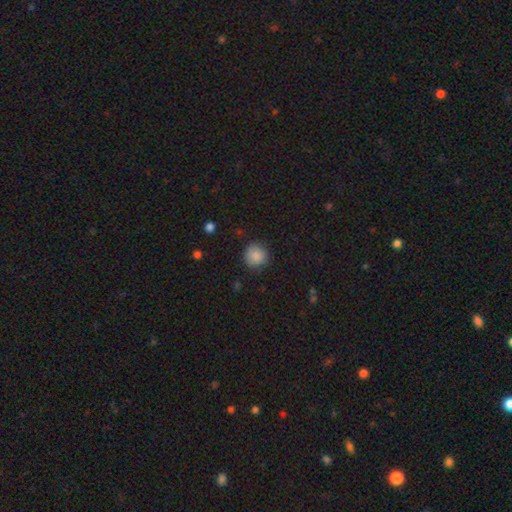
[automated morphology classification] The model was most divided on "merging": none: 86%, minor disturbance: 10%, major disturbance: 3%, merger: 1%. More confident: how rounded — round (93%); smooth or featured — smooth (87%).